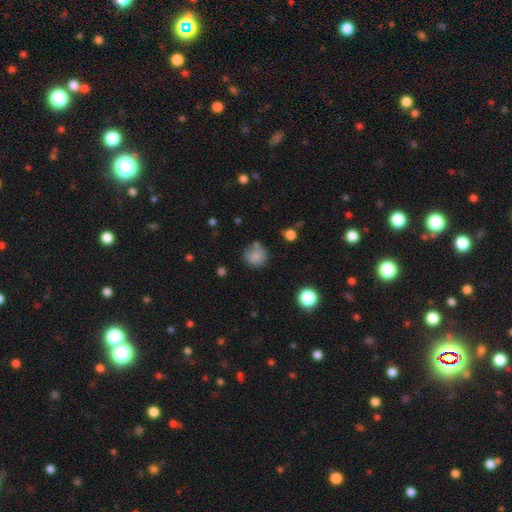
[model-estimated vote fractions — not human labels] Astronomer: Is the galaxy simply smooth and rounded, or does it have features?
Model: smooth — 79%.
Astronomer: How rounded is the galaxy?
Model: round — 90%.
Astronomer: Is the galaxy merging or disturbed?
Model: none — 70%.